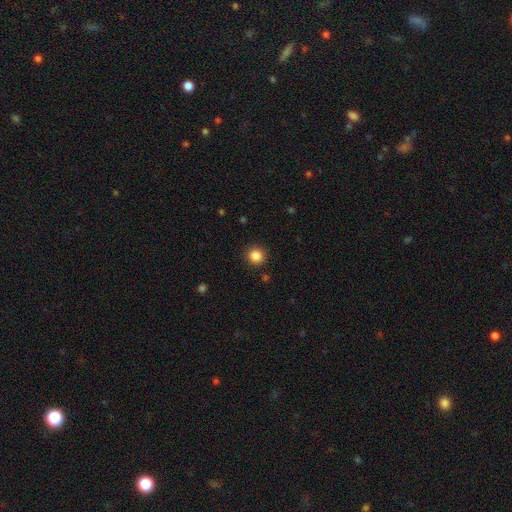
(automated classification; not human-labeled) smooth_or_featured: smooth (p=0.86) [alt: star or artifact p=0.11]
how_rounded: round (p=0.93) [alt: in between p=0.06]
merging: none (p=0.91) [alt: minor disturbance p=0.05]